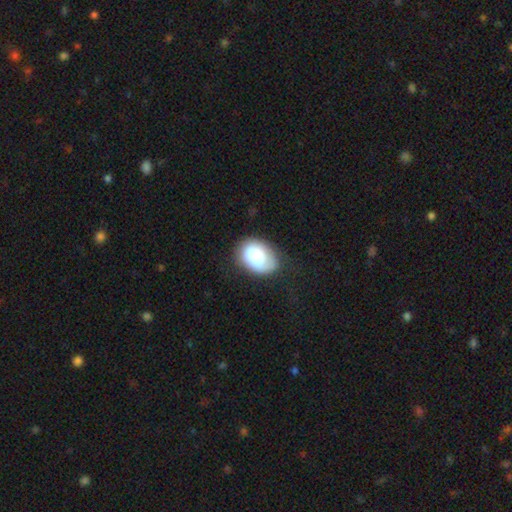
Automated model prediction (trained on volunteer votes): Morphology: type=smooth (77%); roundness=in between (77%); merging=none (64%).